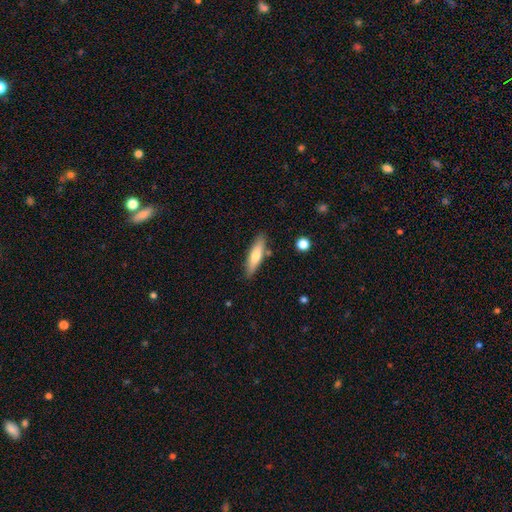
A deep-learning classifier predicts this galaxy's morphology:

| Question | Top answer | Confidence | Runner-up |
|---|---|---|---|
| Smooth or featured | smooth | 64% | featured or disk (30%) |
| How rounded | cigar-shaped | 70% | in between (29%) |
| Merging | none | 83% | minor disturbance (11%) |